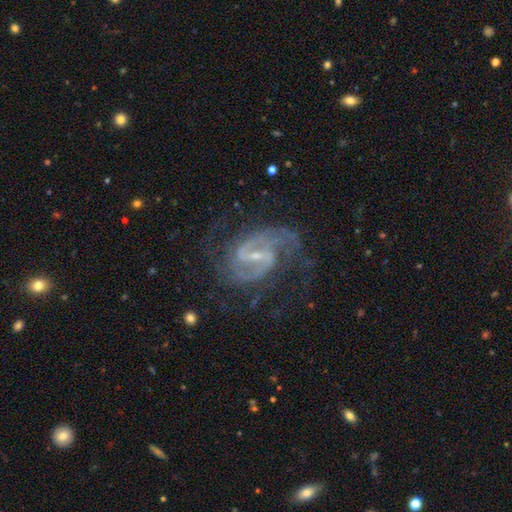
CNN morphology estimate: smooth_or_featured: featured or disk (p=0.92) [alt: star or artifact p=0.05]
disk_edge_on: no (p=0.98) [alt: yes p=0.02]
bar: weak (p=0.48) [alt: strong p=0.40]
has_spiral_arms: yes (p=0.98) [alt: no p=0.02]
spiral_winding: medium (p=0.56) [alt: tight p=0.26]
spiral_arm_count: 2 (p=0.81) [alt: 3 p=0.06]
bulge_size: small (p=0.72) [alt: moderate p=0.21]
merging: none (p=0.65) [alt: minor disturbance p=0.19]